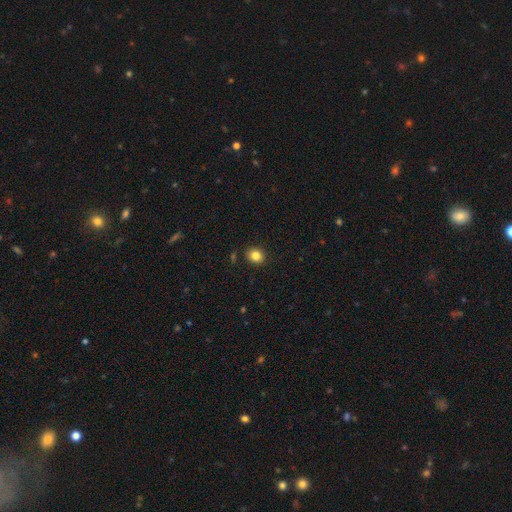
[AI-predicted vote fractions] Smooth or featured?
  - smooth: 83% *
  - star or artifact: 11%
  - featured or disk: 6%
How rounded?
  - round: 66% *
  - in between: 33%
  - cigar-shaped: 1%
Merging?
  - none: 89% *
  - minor disturbance: 7%
  - major disturbance: 2%
  - merger: 2%